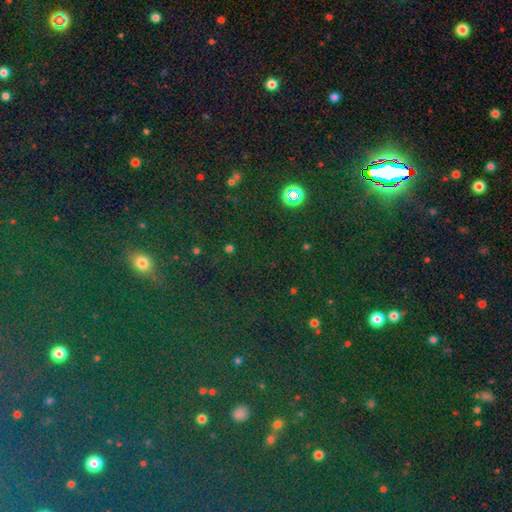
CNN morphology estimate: star or artifact 70%, smooth 21%, featured or disk 9%.